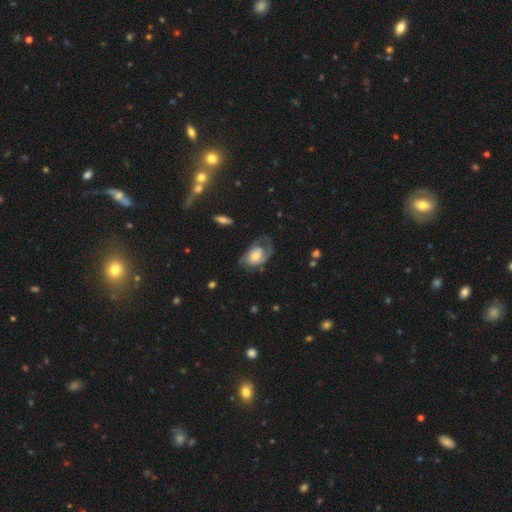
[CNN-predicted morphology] A featured or disk galaxy (67%) with no bar (67%), 2 (60%) medium (44%) spiral arms (85%) and a moderate central bulge (47%).

Vote fractions:
- Smooth or featured? featured or disk: 67% / smooth: 26% / star or artifact: 7%
- Edge-on disk? no: 96% / yes: 4%
- Bar? no: 67% / weak: 27% / strong: 5%
- Spiral arms? yes: 85% / no: 15%
- Spiral winding? medium: 44% / tight: 31% / loose: 25%
- Spiral arm count? 2: 60% / can't tell: 19% / 1: 12% / 3: 6% / 4: 2% / more than 4: 2%
- Bulge size? moderate: 47% / small: 27% / large: 19% / none: 4% / dominant: 3%
- Merging? none: 48% / major disturbance: 26% / minor disturbance: 24% / merger: 2%